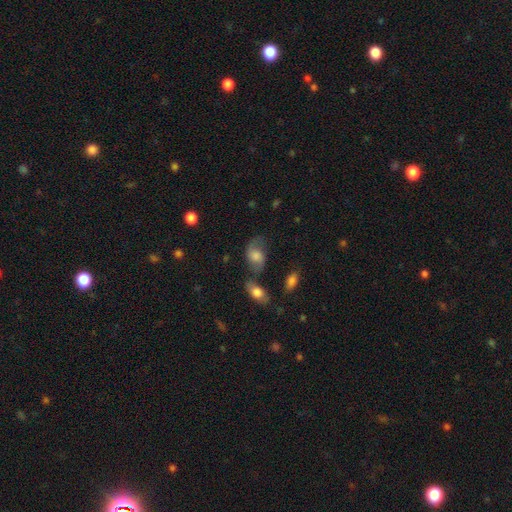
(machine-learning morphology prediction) Q: Smooth or featured?
A: featured or disk (46%); runner-up: smooth (45%)
Q: Merging?
A: none (49%); runner-up: minor disturbance (25%)